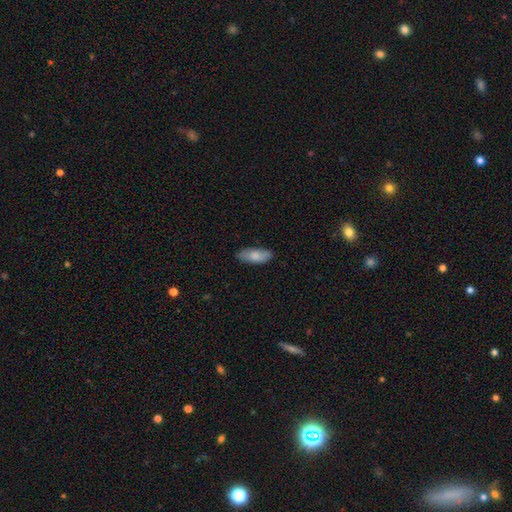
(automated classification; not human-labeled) Morphology: type=smooth (80%); roundness=in between (81%); merging=none (84%).